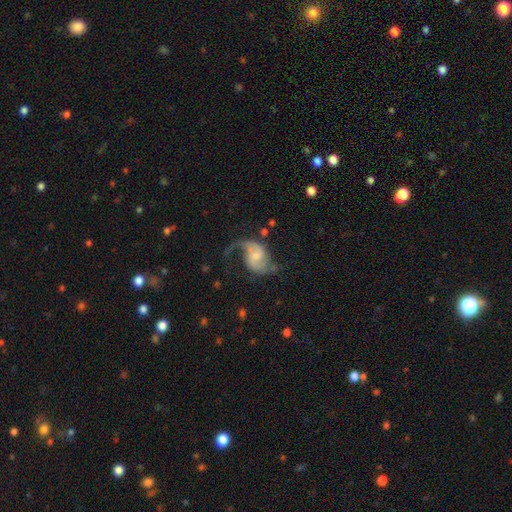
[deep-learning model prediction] Smooth or featured? featured or disk (86%)
Edge-on disk? no (98%)
Bar? no (45%, tied with weak)
Spiral arms? yes (96%)
Spiral winding? loose (68%)
Spiral arm count? 2 (91%)
Bulge size? small (43%)
Merging? none (62%)